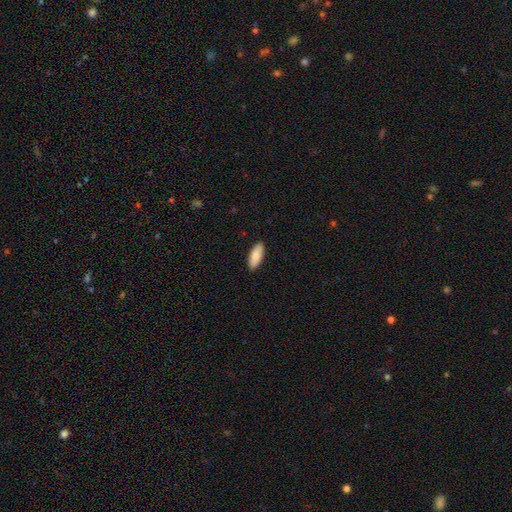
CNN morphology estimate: Smooth or featured? smooth (89%)
How rounded? in between (75%)
Merging? none (90%)